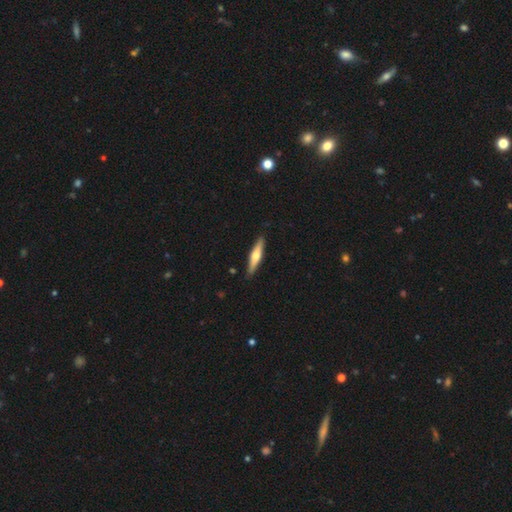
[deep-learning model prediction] Overall: featured or disk (54%; smooth 41%). Edge-on disk: yes (95%). Edge-on bulge: rounded (92%). Merging: none (89%).